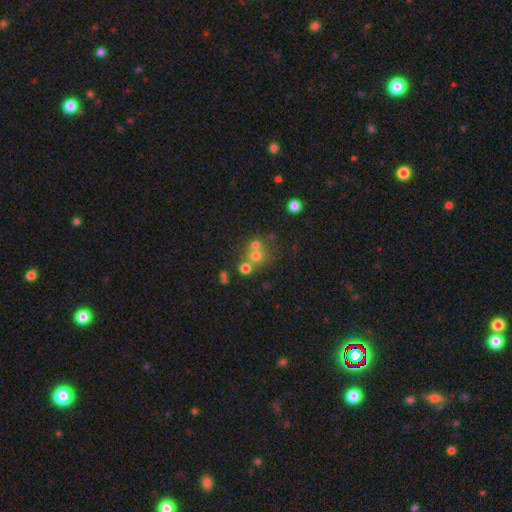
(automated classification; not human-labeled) The model was most divided on "merging": none: 48%, merger: 41%, minor disturbance: 7%, major disturbance: 4%. More confident: how rounded — round (85%); smooth or featured — smooth (62%).